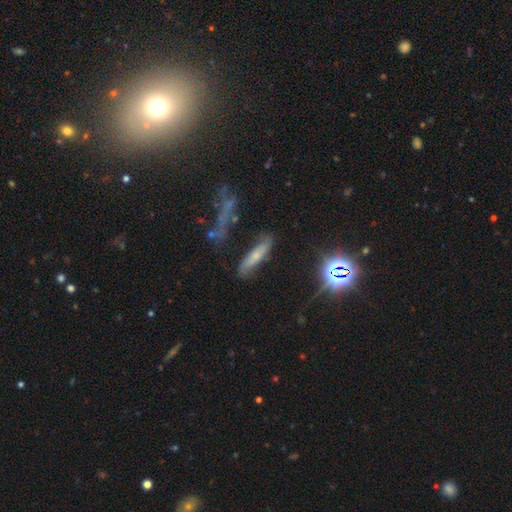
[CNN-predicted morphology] A smooth galaxy with no disk features (50%) that is cigar-shaped (75%). Merging: none (68%).